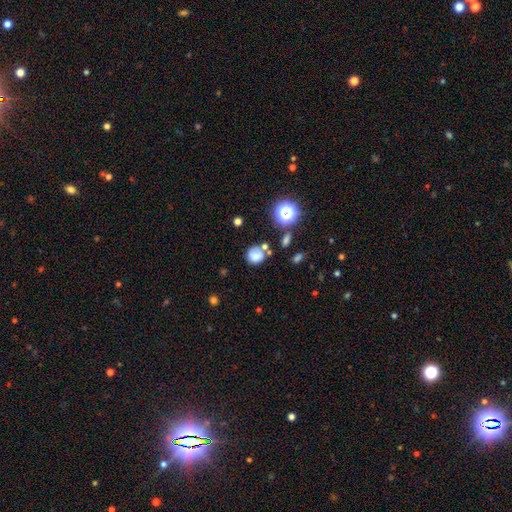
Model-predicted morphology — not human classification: This appears to be a smooth galaxy with no disk features (75%) that is round (78%). Merging: none (57%).